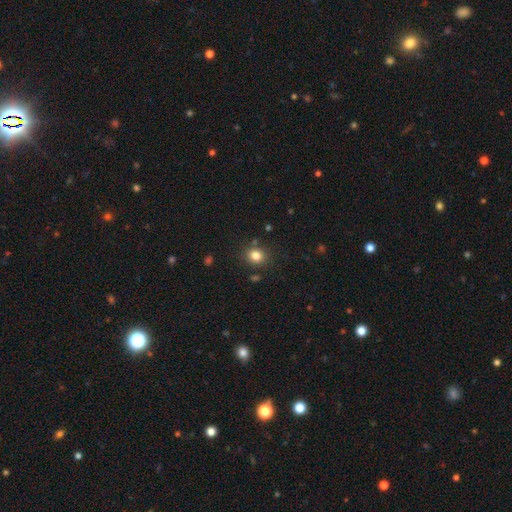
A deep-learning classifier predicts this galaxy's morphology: A smooth galaxy with no disk features (81%) that is round (74%).

Vote fractions:
- Smooth or featured? smooth: 81% / star or artifact: 13% / featured or disk: 6%
- How rounded? round: 74% / in between: 25% / cigar-shaped: 1%
- Merging? none: 83% / minor disturbance: 10% / merger: 4% / major disturbance: 3%